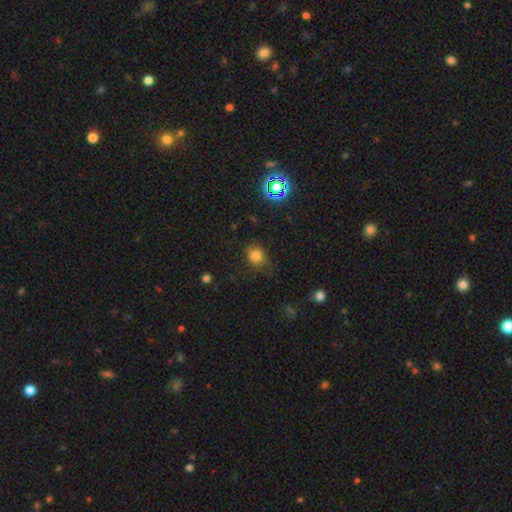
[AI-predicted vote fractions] Morphology: type=smooth (77%); roundness=round (64%); merging=none (66%).